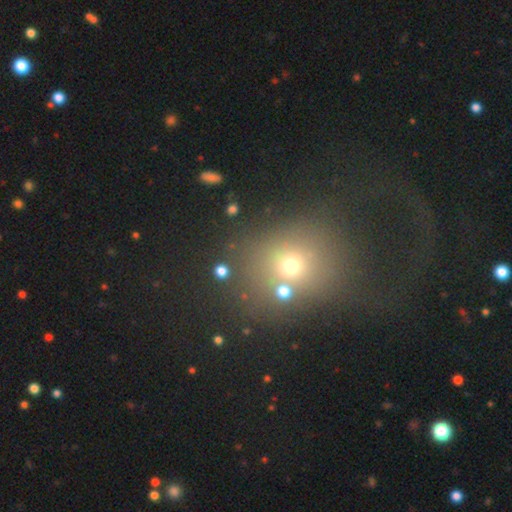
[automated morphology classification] Smooth or featured? Predicted: smooth (p=0.51). How rounded? Predicted: round (p=0.69). Merging? Predicted: none (p=0.38).